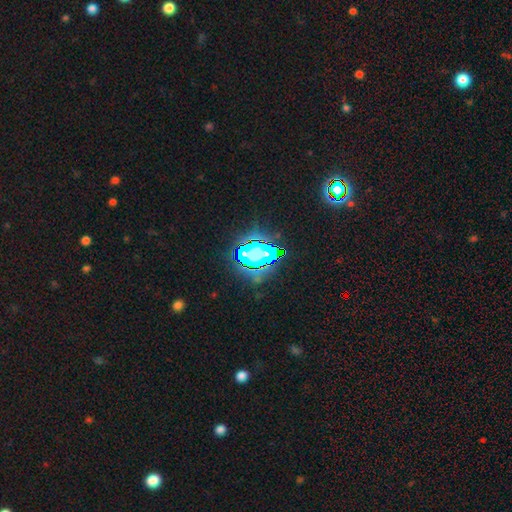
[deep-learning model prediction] Morphology: type=star or artifact (69%).